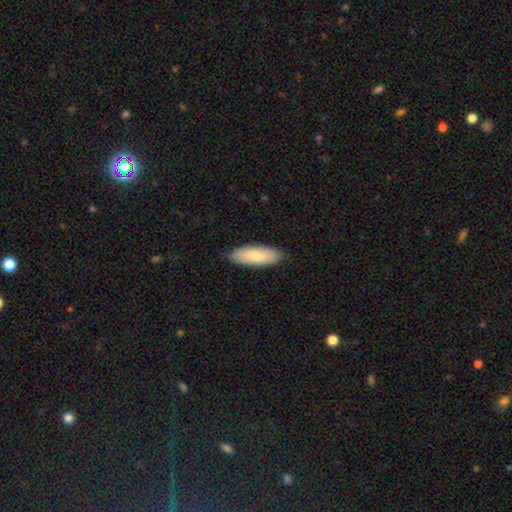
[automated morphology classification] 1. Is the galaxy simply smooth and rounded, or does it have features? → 80% smooth, 15% featured or disk, 5% star or artifact.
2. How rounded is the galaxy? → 70% in between, 29% cigar-shaped, 2% round.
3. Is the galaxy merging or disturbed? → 84% none, 13% minor disturbance, 2% major disturbance, 1% merger.